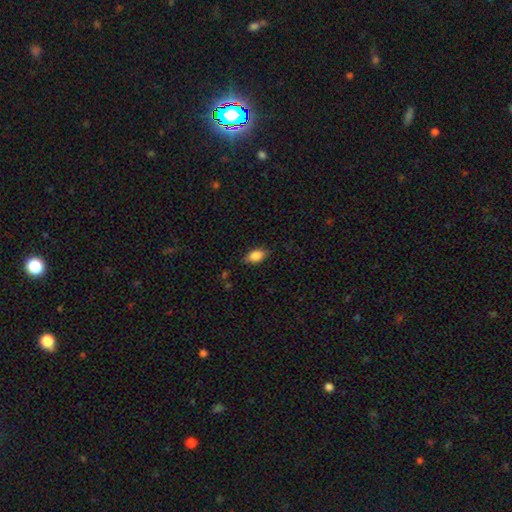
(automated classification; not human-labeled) This is clearly a smooth galaxy (84%). How rounded: clearly in between (88%). Merging: clearly none (80%).